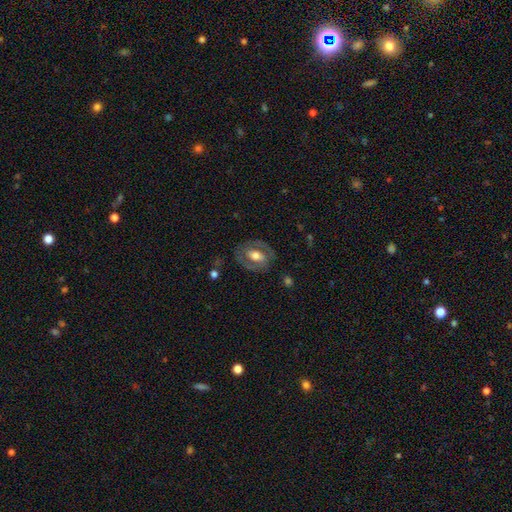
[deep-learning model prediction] Smooth or featured?
  - featured or disk: 57% *
  - smooth: 37%
  - star or artifact: 6%
Edge-on disk?
  - no: 93% *
  - yes: 7%
Bar?
  - no: 49% *
  - weak: 31%
  - strong: 20%
Spiral arms?
  - no: 61% *
  - yes: 39%
Bulge size?
  - moderate: 59% *
  - large: 28%
  - small: 9%
  - dominant: 2%
  - none: 1%
Merging?
  - none: 75% *
  - minor disturbance: 15%
  - major disturbance: 8%
  - merger: 1%